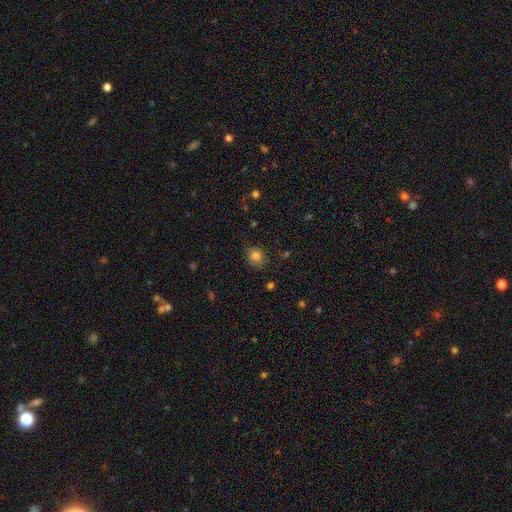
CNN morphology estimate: Overall: smooth (82%). How rounded: round (59%; in between 40%). Merging: none (72%).